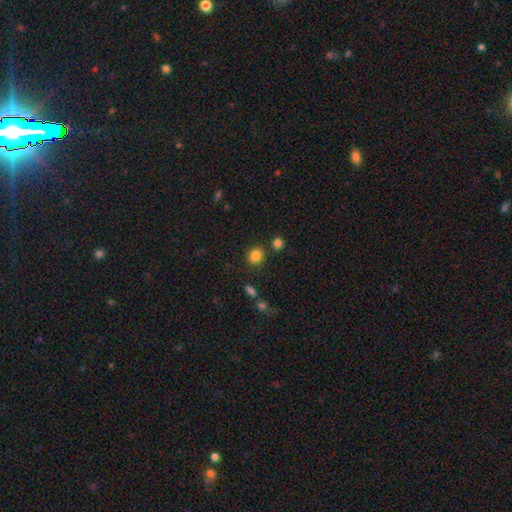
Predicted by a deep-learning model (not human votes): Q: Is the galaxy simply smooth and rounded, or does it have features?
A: smooth — 84%.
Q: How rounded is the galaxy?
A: round — 75%.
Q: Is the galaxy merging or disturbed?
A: none — 82%.